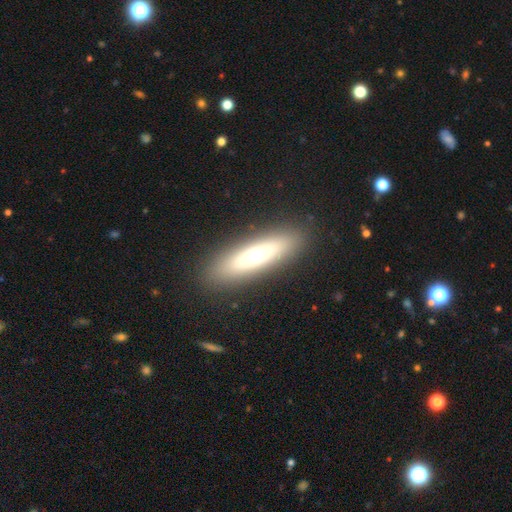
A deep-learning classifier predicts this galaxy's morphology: Smooth or featured? smooth (55%)
How rounded? cigar-shaped (57%)
Merging? none (88%)